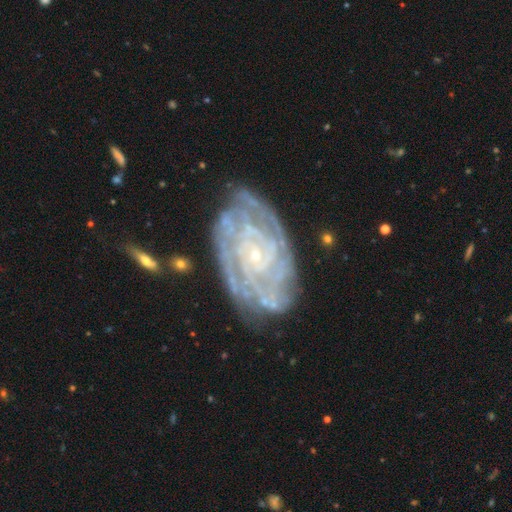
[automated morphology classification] featured or disk 88%, star or artifact 6%, smooth 6%. Down the decision tree: edge-on disk — no (96%); bar — no (73%); spiral arms — yes (97%); spiral arm count — can't tell (28%); spiral winding — tight (81%); bulge size — small (87%); merging — none (72%).